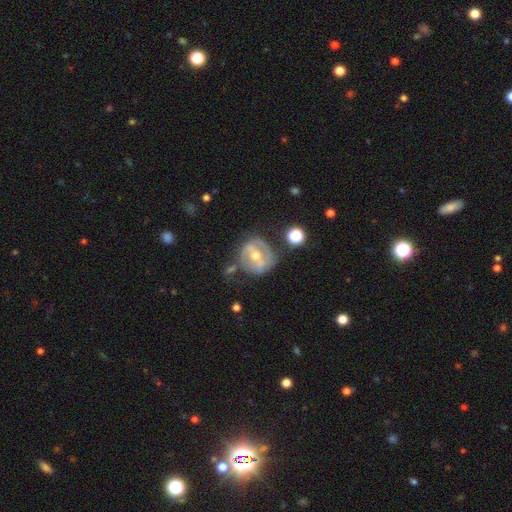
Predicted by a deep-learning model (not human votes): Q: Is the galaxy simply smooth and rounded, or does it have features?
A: featured or disk — 70%.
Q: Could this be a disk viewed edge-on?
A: no — 96%.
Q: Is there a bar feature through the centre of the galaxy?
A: weak — 39%.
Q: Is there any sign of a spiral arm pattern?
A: yes — 59%.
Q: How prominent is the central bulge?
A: moderate — 66%.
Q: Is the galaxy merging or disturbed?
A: none — 61%.